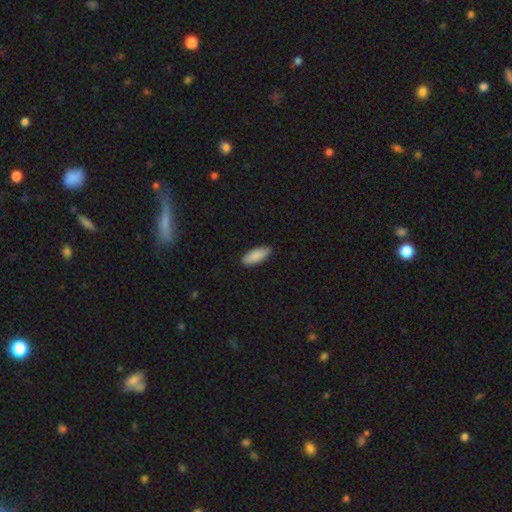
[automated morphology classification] smooth 89%, star or artifact 6%, featured or disk 5%. Down the decision tree: how rounded — in between (81%); merging — none (85%).